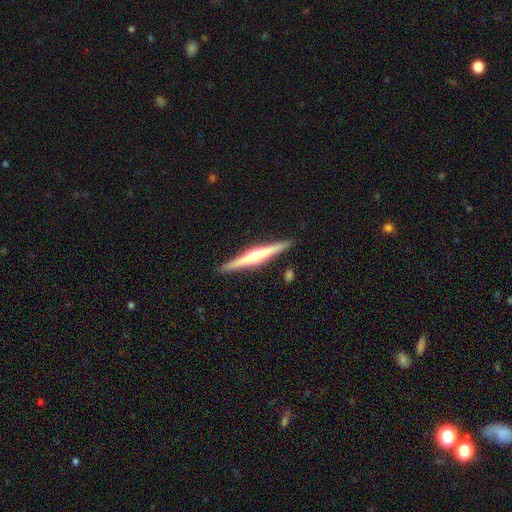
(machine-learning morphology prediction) A featured or disk galaxy (69%) viewed edge-on (98%) with a rounded central bulge (79%). Merging: none (91%).